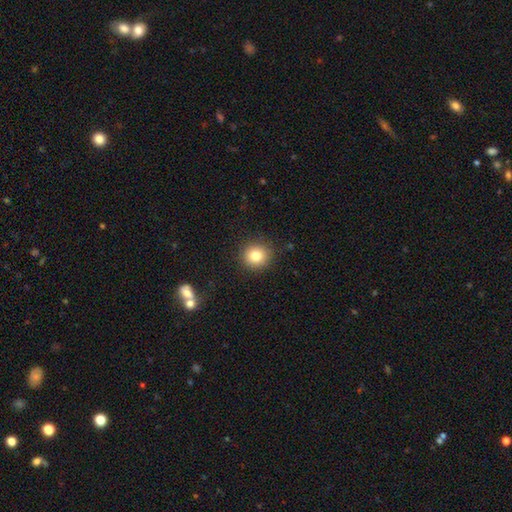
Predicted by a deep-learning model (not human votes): Smooth or featured? smooth (81%)
How rounded? round (92%)
Merging? none (90%)